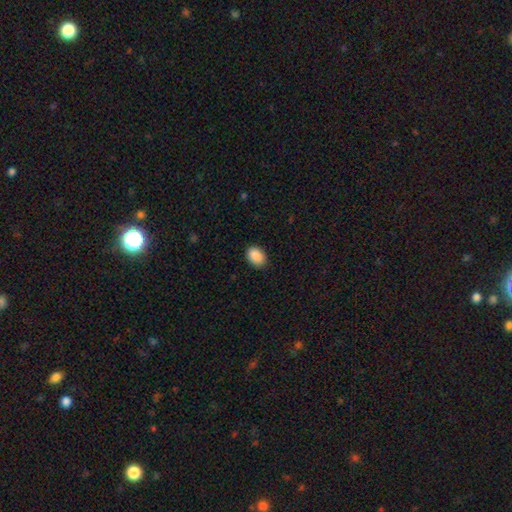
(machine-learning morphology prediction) Smooth or featured? Predicted: smooth (p=0.90). How rounded? Predicted: in between (p=0.78). Merging? Predicted: none (p=0.88).